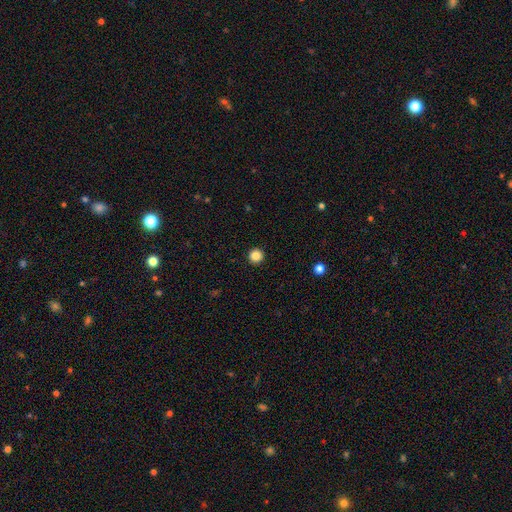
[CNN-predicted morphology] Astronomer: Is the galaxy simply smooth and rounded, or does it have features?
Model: smooth — 86%.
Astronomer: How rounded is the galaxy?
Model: round — 96%.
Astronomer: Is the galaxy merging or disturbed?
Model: none — 94%.